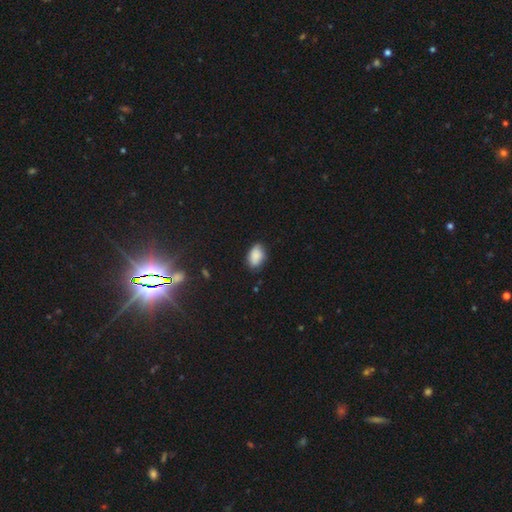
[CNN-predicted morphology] A smooth galaxy with no disk features (86%) that is in between round and cigar-shaped (86%).

Vote fractions:
- Smooth or featured? smooth: 86% / star or artifact: 8% / featured or disk: 7%
- How rounded? in between: 86% / round: 12% / cigar-shaped: 1%
- Merging? none: 74% / minor disturbance: 21% / major disturbance: 4% / merger: 1%